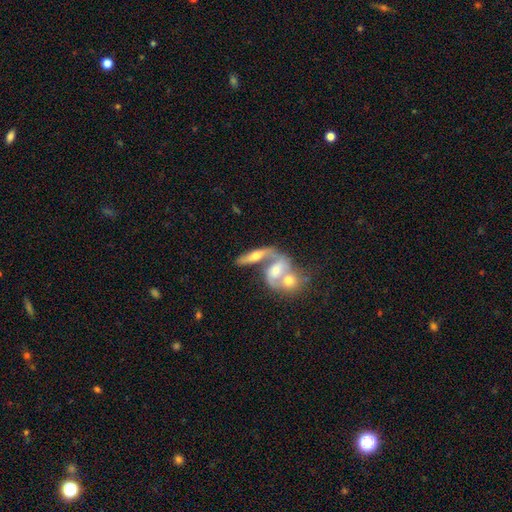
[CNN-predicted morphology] featured or disk 58%, smooth 35%, star or artifact 8%. Down the decision tree: edge-on disk — no (64%); merging — merger (64%).